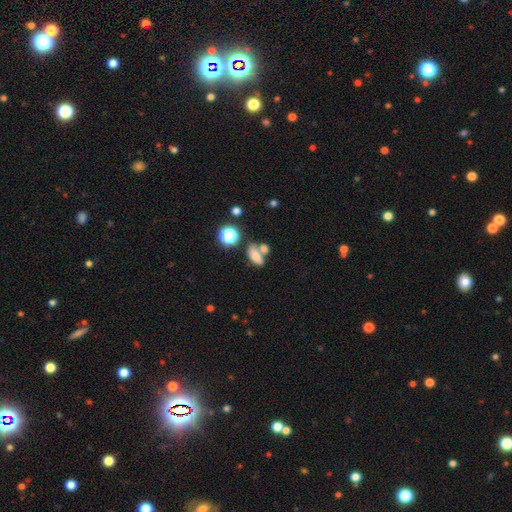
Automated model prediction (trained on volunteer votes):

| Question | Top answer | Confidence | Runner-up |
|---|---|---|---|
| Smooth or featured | smooth | 73% | star or artifact (14%) |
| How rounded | in between | 80% | round (12%) |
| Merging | merger | 41% | none (40%) |